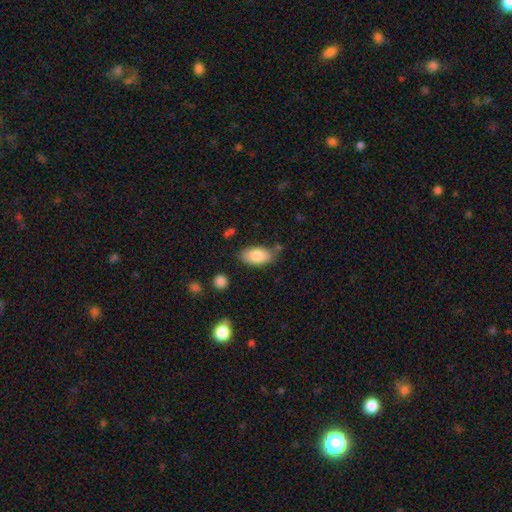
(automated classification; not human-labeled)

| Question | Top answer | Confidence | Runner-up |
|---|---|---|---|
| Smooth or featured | smooth | 84% | featured or disk (10%) |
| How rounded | in between | 93% | round (4%) |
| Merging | none | 71% | minor disturbance (19%) |